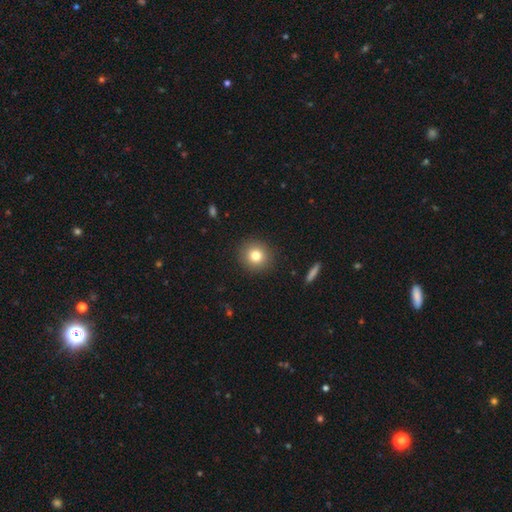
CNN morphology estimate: type=smooth (79%); roundness=round (91%); merging=none (91%).